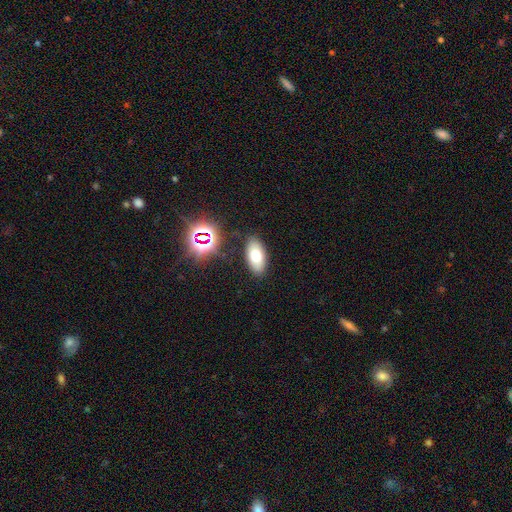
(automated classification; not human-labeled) Smooth or featured? smooth (71%)
How rounded? in between (91%)
Merging? none (86%)